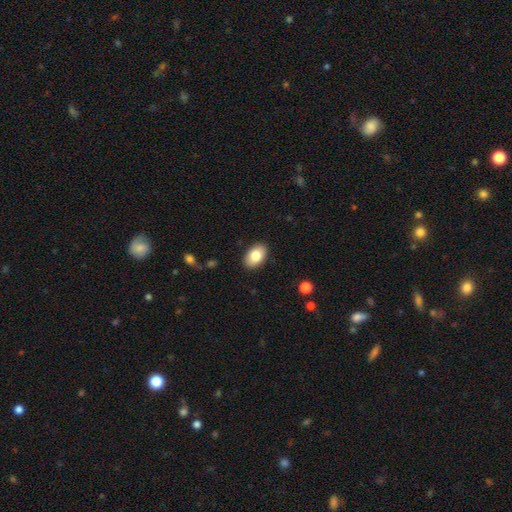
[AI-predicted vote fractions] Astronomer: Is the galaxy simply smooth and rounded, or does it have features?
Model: smooth — 82%.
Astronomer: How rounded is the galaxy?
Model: in between — 90%.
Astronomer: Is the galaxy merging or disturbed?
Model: none — 89%.